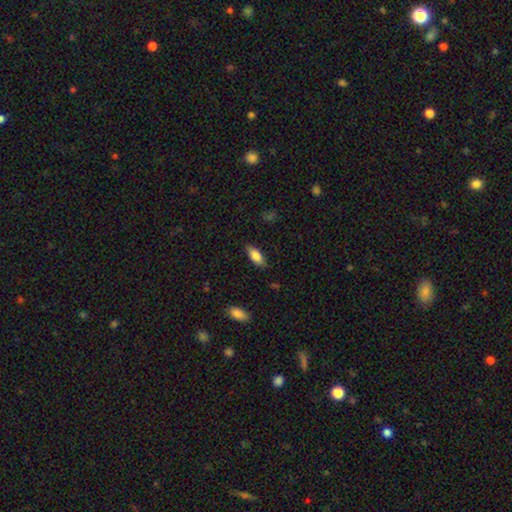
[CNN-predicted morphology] Smooth or featured? smooth (83%)
How rounded? in between (80%)
Merging? none (84%)